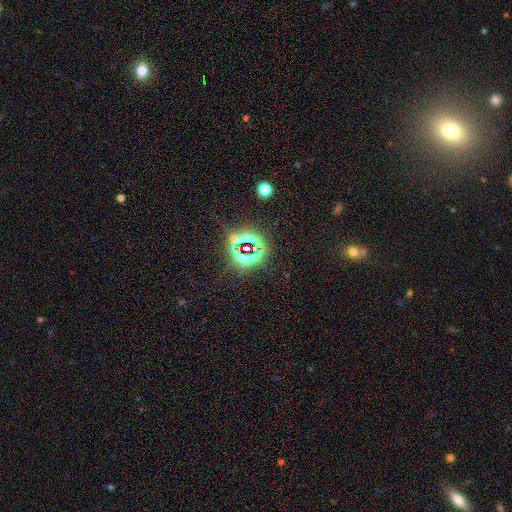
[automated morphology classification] type=star or artifact (79%).